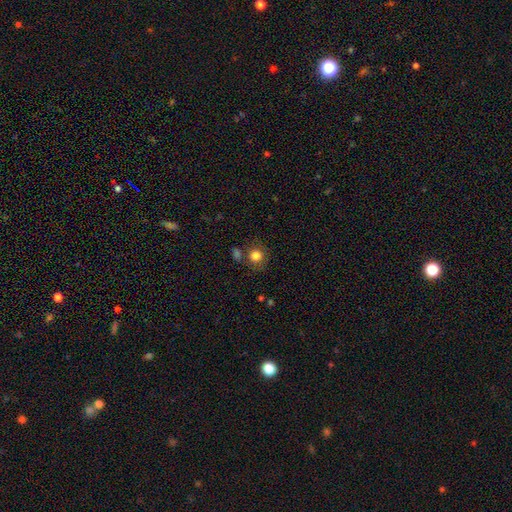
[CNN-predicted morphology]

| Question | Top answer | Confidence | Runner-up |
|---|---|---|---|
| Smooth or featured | smooth | 82% | star or artifact (11%) |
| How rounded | round | 87% | in between (12%) |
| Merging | none | 72% | minor disturbance (13%) |